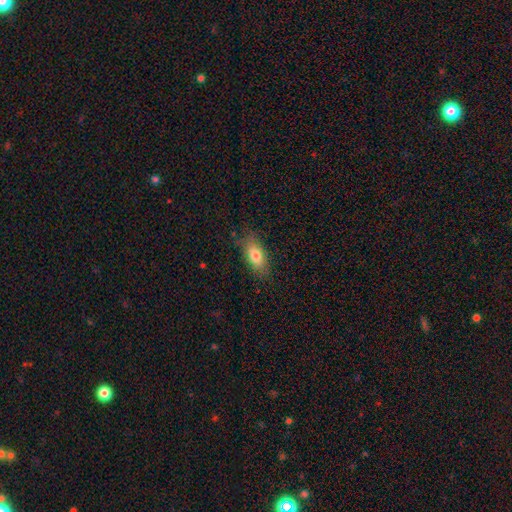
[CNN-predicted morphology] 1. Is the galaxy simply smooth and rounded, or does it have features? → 79% smooth, 13% featured or disk, 8% star or artifact.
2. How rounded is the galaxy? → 85% in between, 10% cigar-shaped, 5% round.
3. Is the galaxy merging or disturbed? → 78% none, 16% minor disturbance, 4% major disturbance, 1% merger.